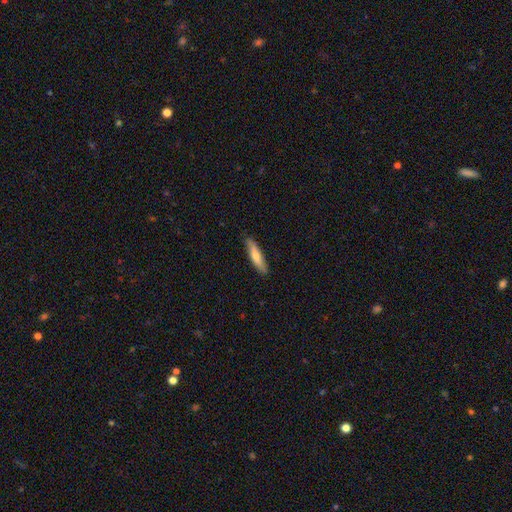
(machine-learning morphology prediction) A smooth galaxy with no disk features (69%) that is cigar-shaped (81%). Merging: none (86%).